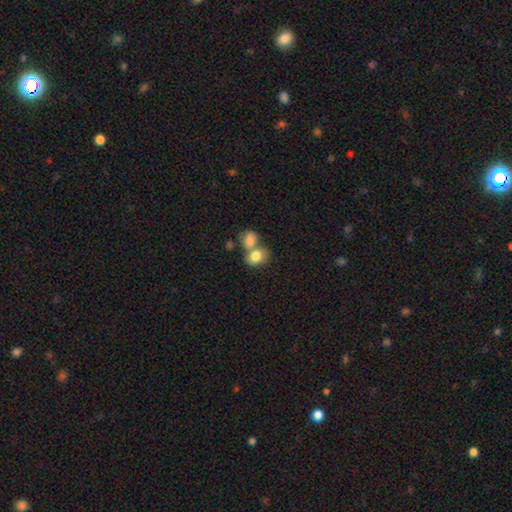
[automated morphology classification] Smooth or featured: smooth — 81% (featured or disk — 11%)
How rounded: in between — 54% (round — 45%)
Merging: merger — 54% (none — 32%)